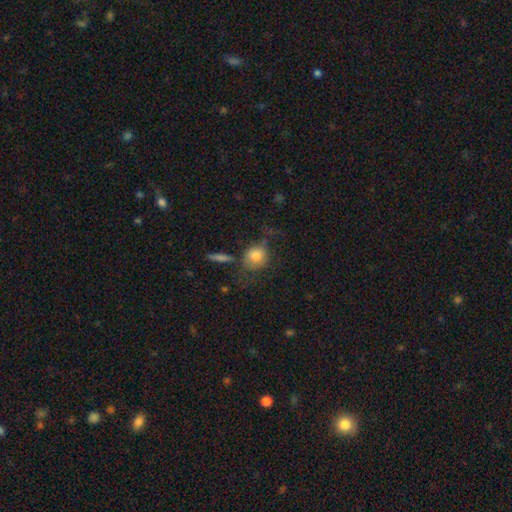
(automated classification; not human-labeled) The model was most divided on "merging": none: 46%, minor disturbance: 24%, major disturbance: 21%, merger: 9%. More confident: smooth or featured — smooth (73%); how rounded — round (61%).